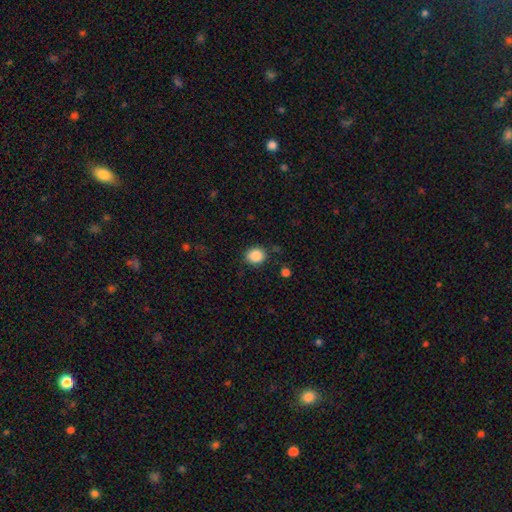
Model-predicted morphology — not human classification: This is clearly a smooth galaxy (88%). How rounded: likely round (75%). Merging: clearly none (83%).